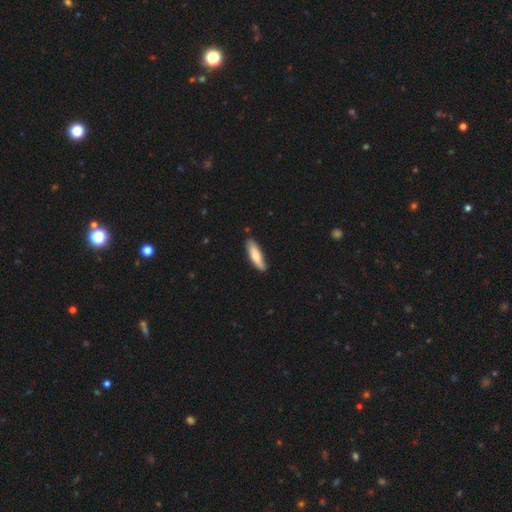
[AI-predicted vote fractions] Smooth or featured? smooth (73%)
How rounded? cigar-shaped (62%)
Merging? none (82%)